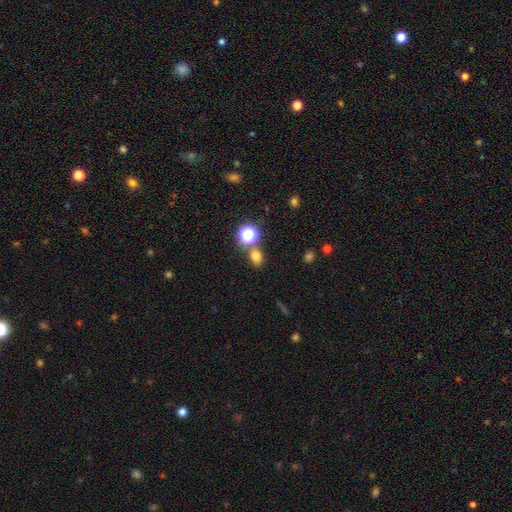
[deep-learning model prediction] Smooth or featured?
  - smooth: 71% *
  - star or artifact: 22%
  - featured or disk: 7%
How rounded?
  - in between: 53% *
  - round: 46%
  - cigar-shaped: 1%
Merging?
  - none: 70% *
  - merger: 16%
  - minor disturbance: 10%
  - major disturbance: 4%